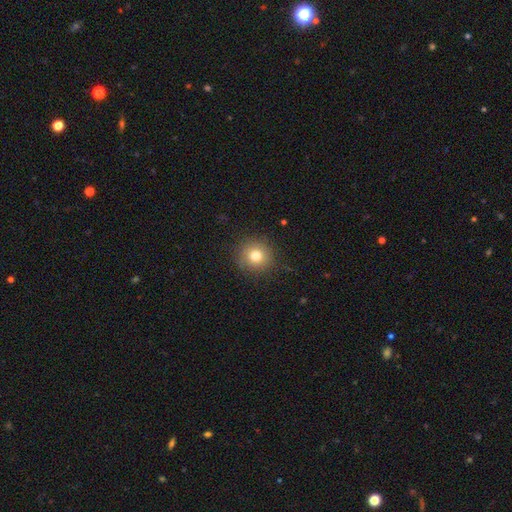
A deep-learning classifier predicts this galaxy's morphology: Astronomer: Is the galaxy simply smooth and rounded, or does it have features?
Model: smooth — 76%.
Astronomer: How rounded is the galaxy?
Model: round — 93%.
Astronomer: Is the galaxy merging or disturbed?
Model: none — 88%.